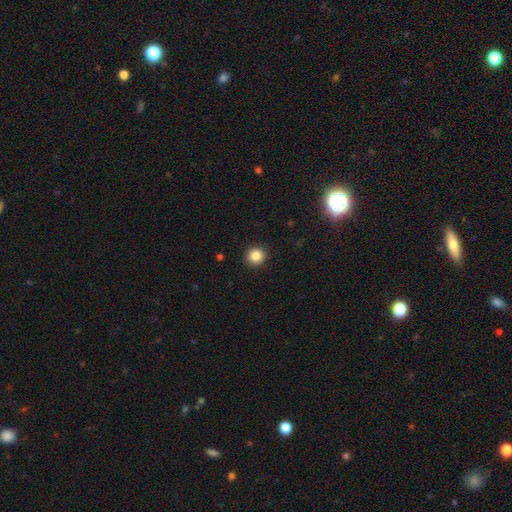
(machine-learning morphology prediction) smooth 86%, star or artifact 11%, featured or disk 4%. Down the decision tree: how rounded — round (93%); merging — none (92%).